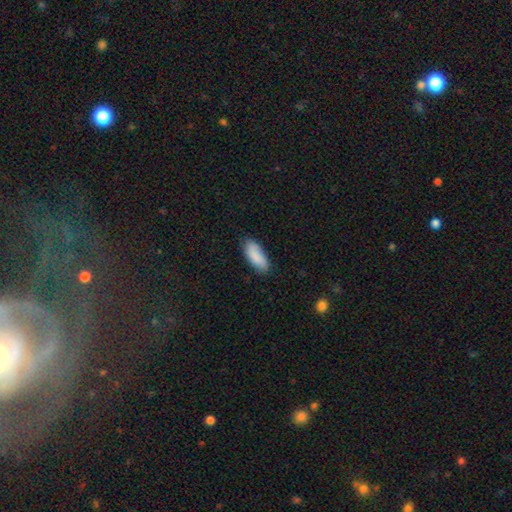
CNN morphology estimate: Smooth or featured? smooth (88%)
How rounded? in between (83%)
Merging? none (80%)